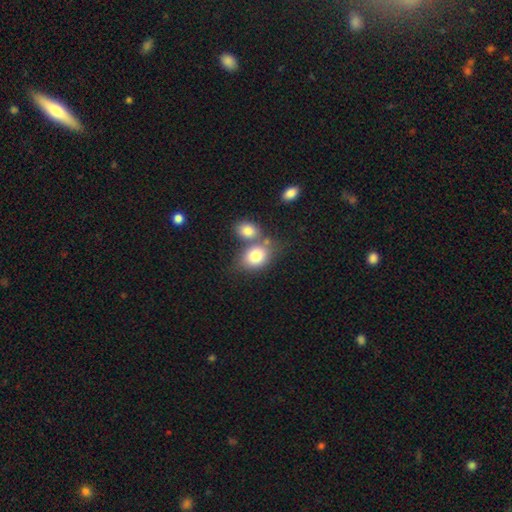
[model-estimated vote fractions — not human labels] Smooth or featured? Predicted: smooth (p=0.79). How rounded? Predicted: in between (p=0.64). Merging? Predicted: none (p=0.42, tied with merger).